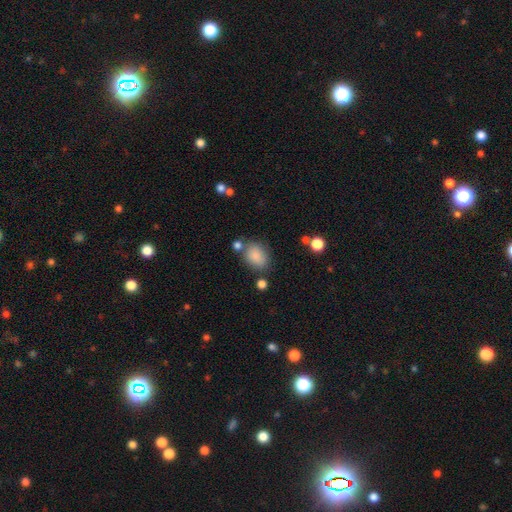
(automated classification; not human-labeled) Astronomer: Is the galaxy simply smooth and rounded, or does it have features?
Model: smooth — 85%.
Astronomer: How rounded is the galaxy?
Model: in between — 70%.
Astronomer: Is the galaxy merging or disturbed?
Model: none — 68%.